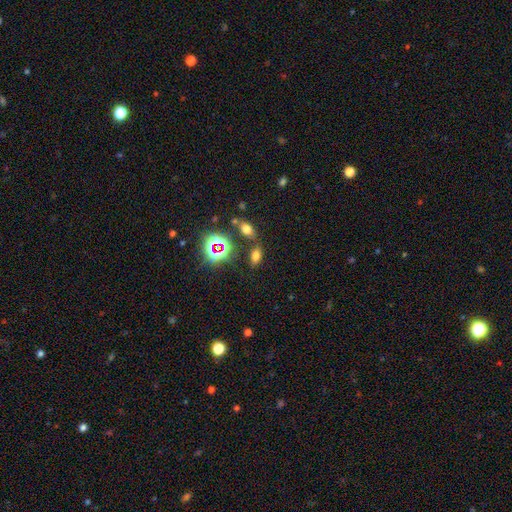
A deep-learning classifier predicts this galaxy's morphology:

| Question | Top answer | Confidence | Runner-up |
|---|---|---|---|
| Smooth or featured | smooth | 64% | star or artifact (26%) |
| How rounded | in between | 86% | round (10%) |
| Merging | none | 71% | merger (13%) |